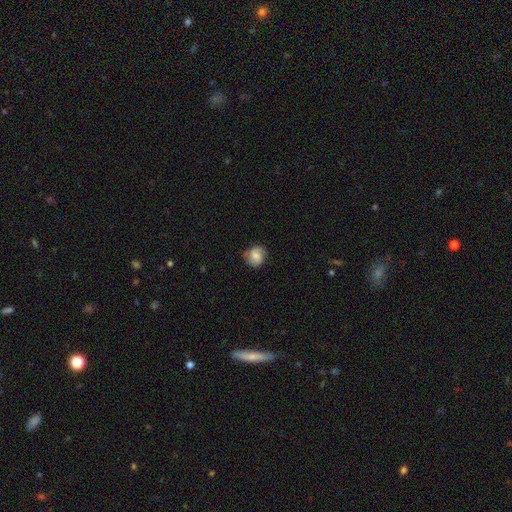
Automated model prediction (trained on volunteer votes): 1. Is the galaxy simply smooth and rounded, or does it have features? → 57% smooth, 34% featured or disk, 9% star or artifact.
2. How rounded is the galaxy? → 77% round, 22% in between, 1% cigar-shaped.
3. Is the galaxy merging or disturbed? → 72% none, 21% minor disturbance, 6% major disturbance, 1% merger.